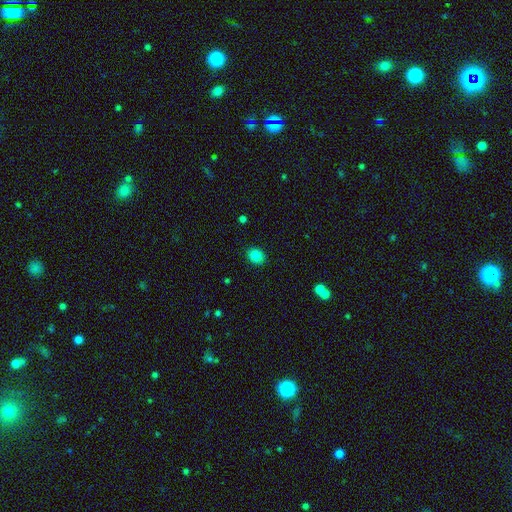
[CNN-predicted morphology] Smooth or featured: smooth — 85% (star or artifact — 10%)
How rounded: in between — 51% (round — 48%)
Merging: none — 89% (minor disturbance — 8%)